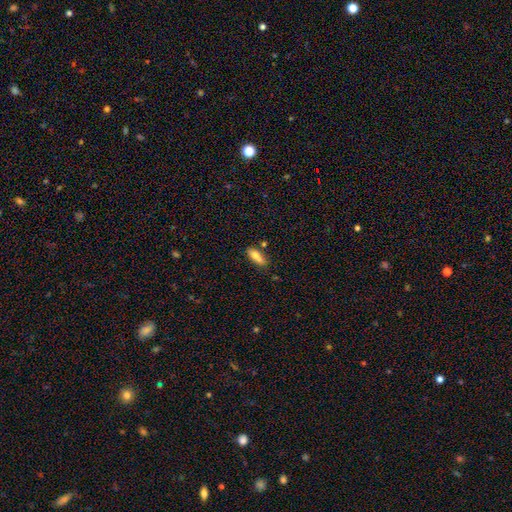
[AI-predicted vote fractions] smooth_or_featured: smooth (p=0.75) [alt: featured or disk p=0.17]
how_rounded: in between (p=0.64) [alt: cigar-shaped p=0.33]
merging: none (p=0.64) [alt: minor disturbance p=0.18]